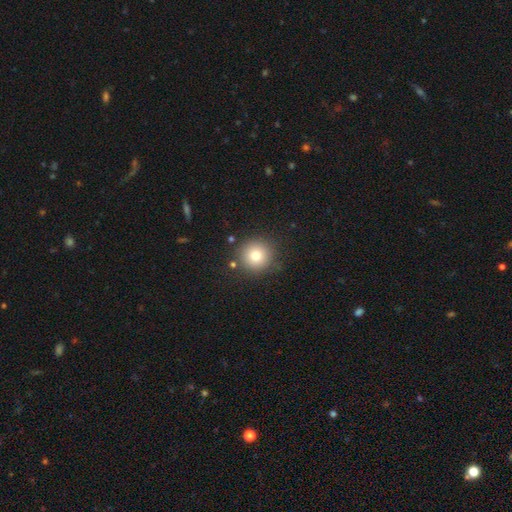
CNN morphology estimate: A smooth galaxy with no disk features (79%) that is round (94%). Merging: none (85%).